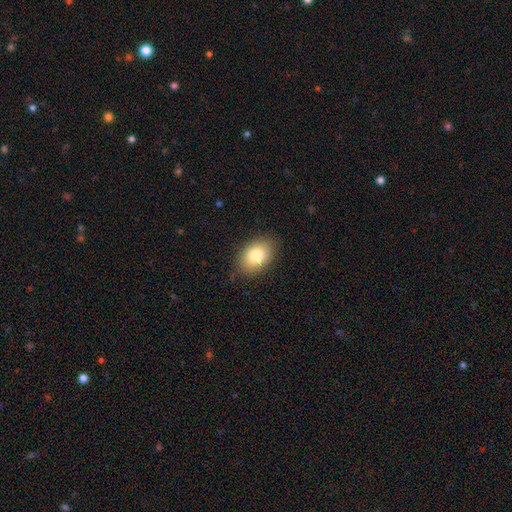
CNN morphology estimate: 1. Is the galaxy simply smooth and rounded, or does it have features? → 82% smooth, 11% featured or disk, 8% star or artifact.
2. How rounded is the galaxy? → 84% in between, 15% round, 1% cigar-shaped.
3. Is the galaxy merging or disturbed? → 84% none, 12% minor disturbance, 3% major disturbance, 1% merger.